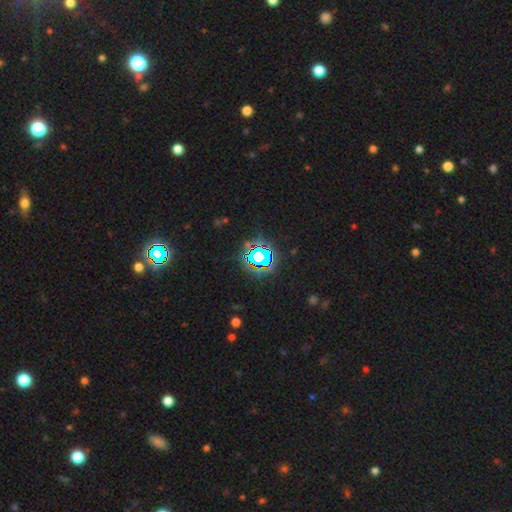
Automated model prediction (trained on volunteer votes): smooth-or-featured: star or artifact: 71% | smooth: 16% | featured or disk: 13%